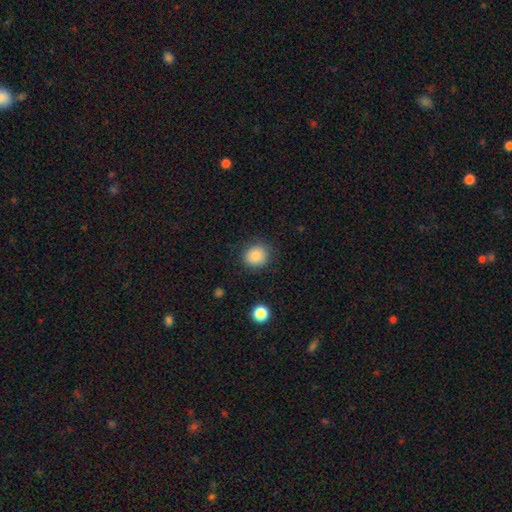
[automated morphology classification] Overall: smooth (85%). How rounded: round (83%). Merging: none (85%).